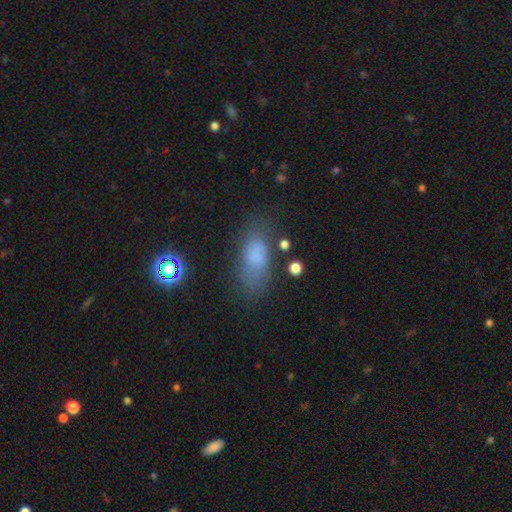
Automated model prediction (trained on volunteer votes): A smooth galaxy with no disk features (73%) that is in between round and cigar-shaped (81%). Merging: none (66%).